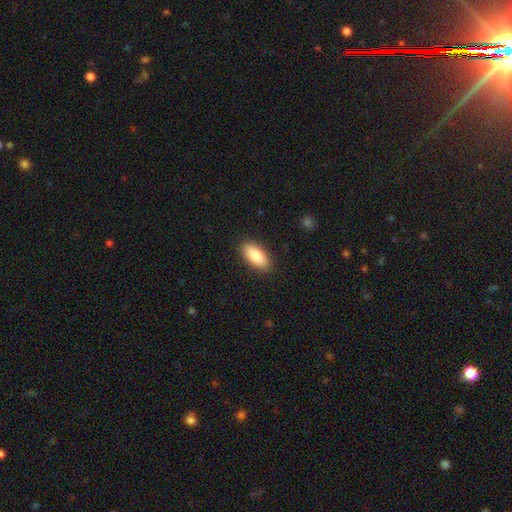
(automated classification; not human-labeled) smooth_or_featured: smooth (p=0.85) [alt: featured or disk p=0.09]
how_rounded: in between (p=0.86) [alt: cigar-shaped p=0.12]
merging: none (p=0.88) [alt: minor disturbance p=0.09]